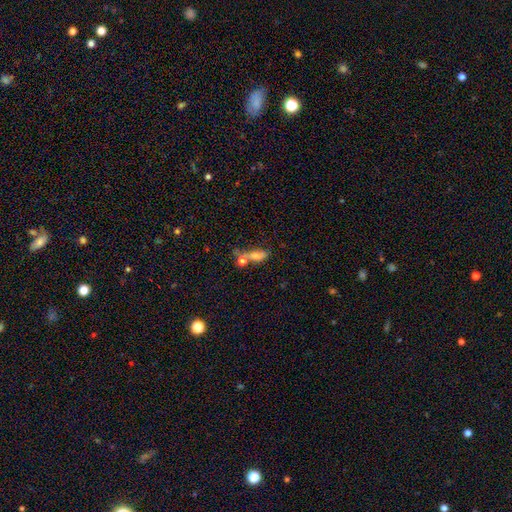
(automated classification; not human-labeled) smooth-or-featured: smooth: 62% | featured or disk: 25% | star or artifact: 13%
  how-rounded: in between: 61% | cigar-shaped: 28% | round: 11%
  merging: merger: 40% | none: 32% | minor disturbance: 15% | major disturbance: 13%